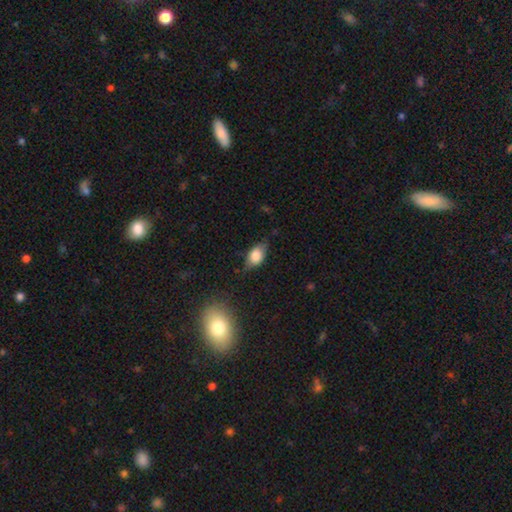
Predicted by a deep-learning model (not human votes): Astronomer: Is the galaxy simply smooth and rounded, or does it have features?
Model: smooth — 75%.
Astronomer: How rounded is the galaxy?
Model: in between — 84%.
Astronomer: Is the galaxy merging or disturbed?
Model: none — 65%.